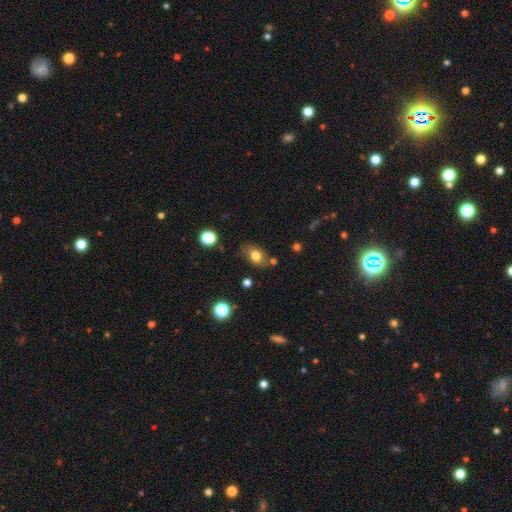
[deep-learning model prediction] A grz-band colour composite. It shows a smooth galaxy with no disk features (78%) that is in between round and cigar-shaped (73%). Merging: none (73%).